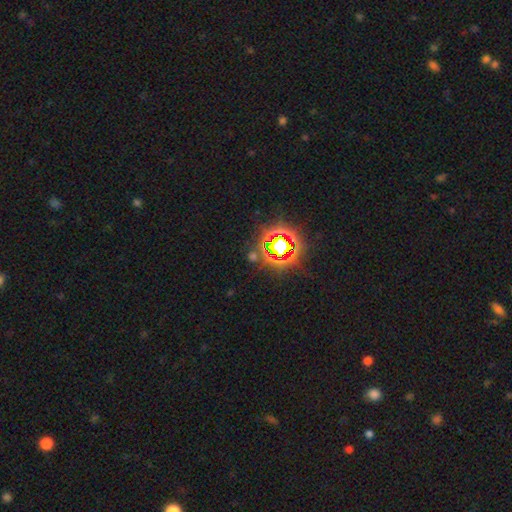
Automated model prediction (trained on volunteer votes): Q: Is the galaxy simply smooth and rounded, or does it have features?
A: star or artifact — 76%.